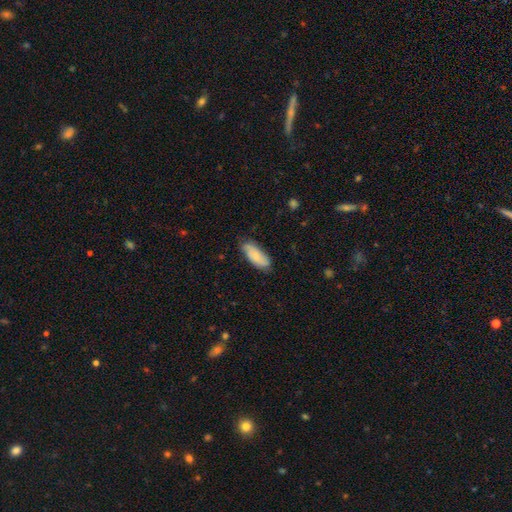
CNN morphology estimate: A smooth galaxy with no disk features (76%) that is in between round and cigar-shaped (79%). Merging: none (76%).